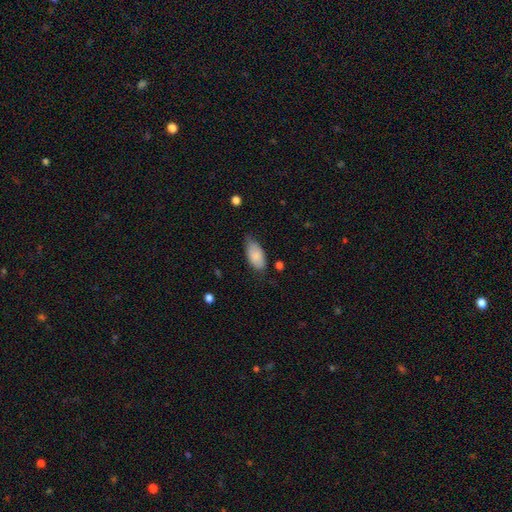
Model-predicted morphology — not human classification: A smooth galaxy with no disk features (84%) that is in between round and cigar-shaped (92%). Merging: none (61%).